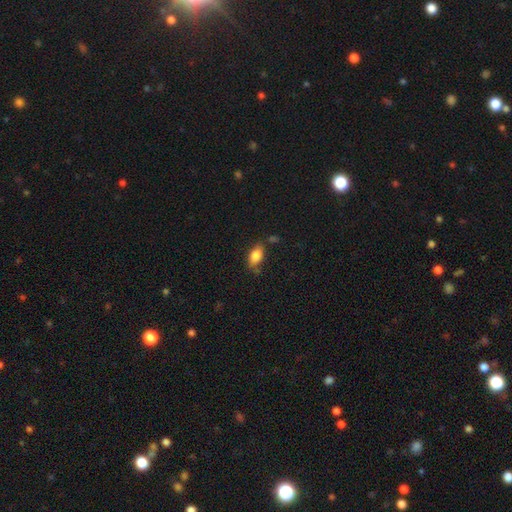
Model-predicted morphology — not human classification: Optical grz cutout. It shows a smooth galaxy with no disk features (84%) that is in between round and cigar-shaped (89%). Merging: none (70%).